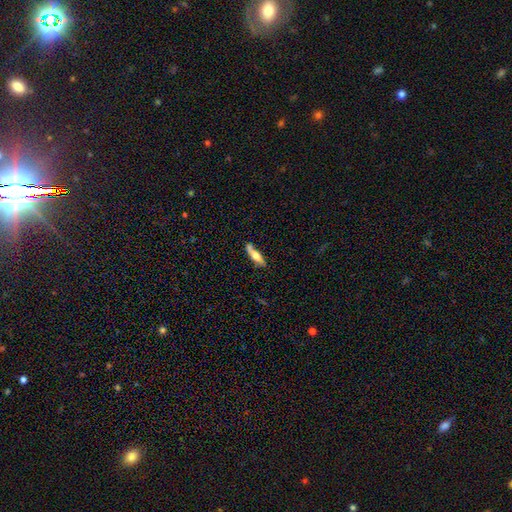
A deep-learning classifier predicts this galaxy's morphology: Smooth or featured? Predicted: smooth (p=0.56). How rounded? Predicted: cigar-shaped (p=0.65). Merging? Predicted: none (p=0.64).